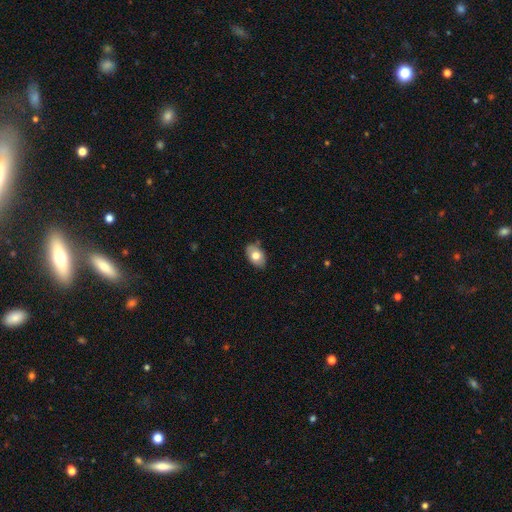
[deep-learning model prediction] Smooth or featured?
  - smooth: 75% *
  - featured or disk: 18%
  - star or artifact: 7%
How rounded?
  - in between: 87% *
  - round: 12%
  - cigar-shaped: 1%
Merging?
  - none: 79% *
  - minor disturbance: 16%
  - major disturbance: 3%
  - merger: 2%